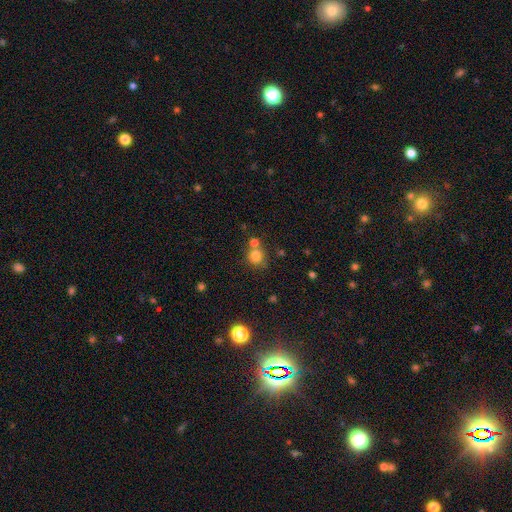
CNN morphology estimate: This is likely a smooth galaxy (79%). How rounded: clearly round (87%). Merging: possibly none (60%).